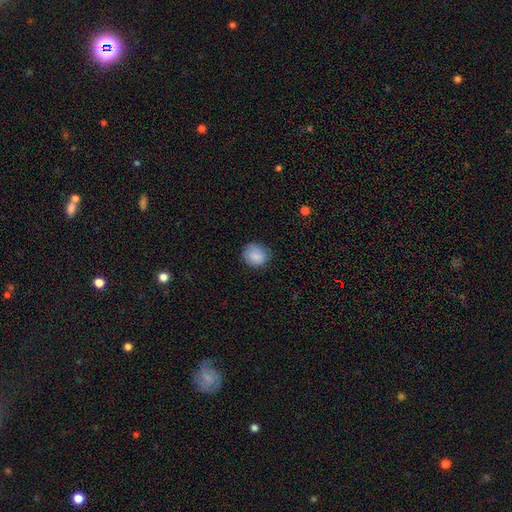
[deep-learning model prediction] Smooth or featured? Predicted: smooth (p=0.87). How rounded? Predicted: round (p=0.78). Merging? Predicted: none (p=0.83).